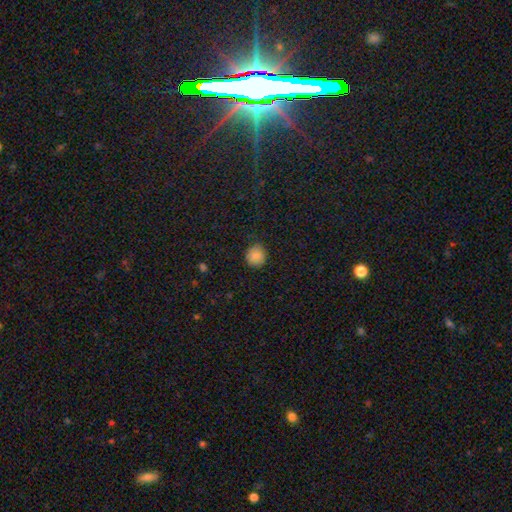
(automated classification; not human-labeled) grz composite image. It shows a smooth galaxy with no disk features (86%) that is round (86%). Merging: none (83%).